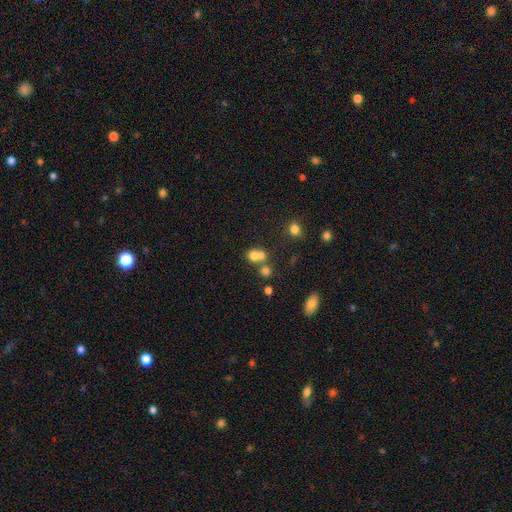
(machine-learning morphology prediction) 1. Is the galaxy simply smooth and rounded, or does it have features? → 70% smooth, 15% featured or disk, 15% star or artifact.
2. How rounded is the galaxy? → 70% round, 29% in between, 1% cigar-shaped.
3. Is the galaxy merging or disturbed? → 57% merger, 32% none, 7% minor disturbance, 4% major disturbance.